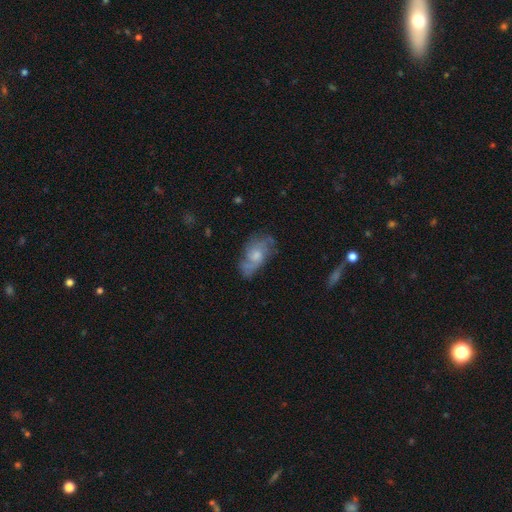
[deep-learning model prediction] Smooth or featured? featured or disk (59%)
Edge-on disk? no (94%)
Bar? no (77%)
Spiral arms? yes (75%)
Bulge size? moderate (50%)
Merging? none (59%)